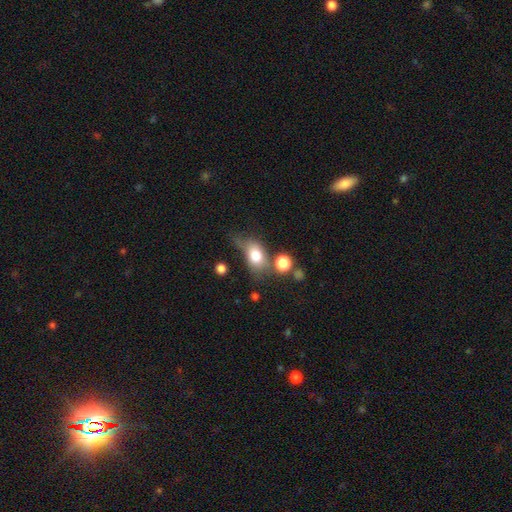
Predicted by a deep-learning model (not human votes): This is likely a smooth galaxy (75%). How rounded: likely in between (75%). Merging: marginally none (40%).